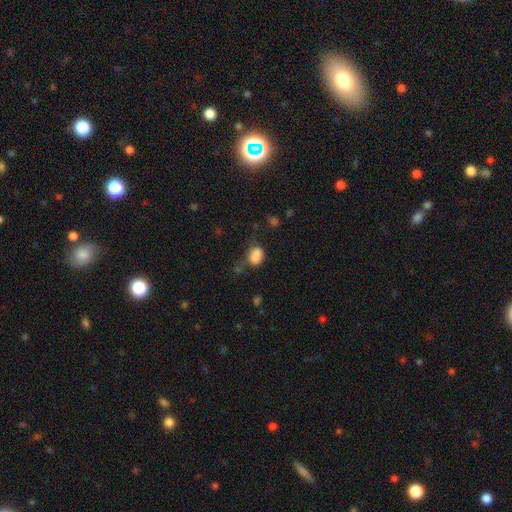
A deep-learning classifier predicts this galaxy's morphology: A smooth galaxy with no disk features (84%) that is in between round and cigar-shaped (74%). Merging: none (49%).